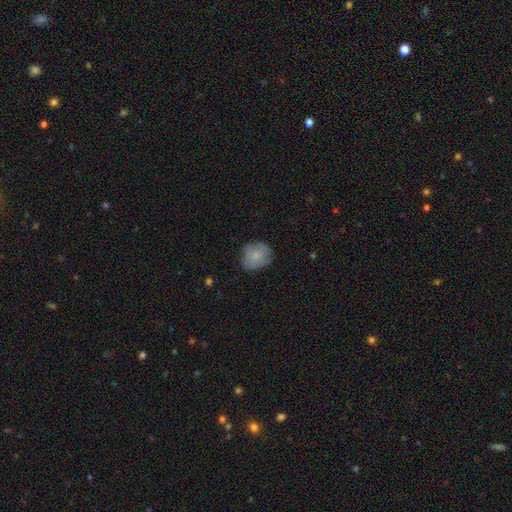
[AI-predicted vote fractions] smooth 76%, featured or disk 16%, star or artifact 8%. Down the decision tree: how rounded — round (68%); merging — none (70%).